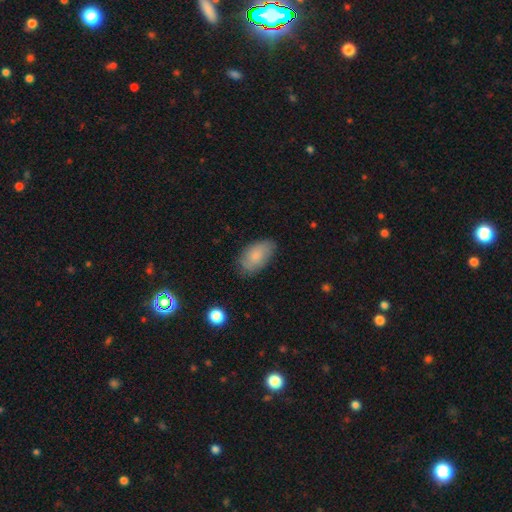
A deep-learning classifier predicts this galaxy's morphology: Q: Smooth or featured?
A: smooth (82%); runner-up: featured or disk (12%)
Q: How rounded?
A: in between (94%); runner-up: round (4%)
Q: Merging?
A: none (77%); runner-up: minor disturbance (18%)